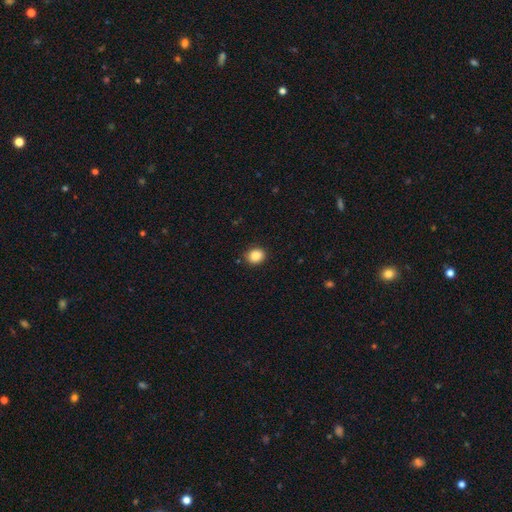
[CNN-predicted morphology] A smooth galaxy with no disk features (87%) that is round (64%).

Vote fractions:
- Smooth or featured? smooth: 87% / star or artifact: 9% / featured or disk: 3%
- How rounded? round: 64% / in between: 35% / cigar-shaped: 1%
- Merging? none: 86% / minor disturbance: 10% / major disturbance: 2% / merger: 1%